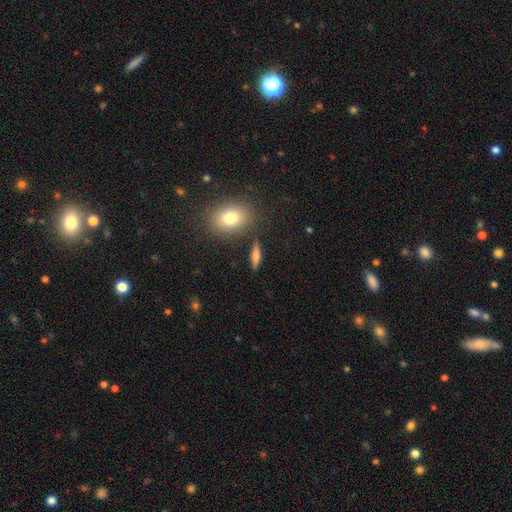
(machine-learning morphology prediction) This appears to be a smooth galaxy with no disk features (58%) that is cigar-shaped (55%). Merging: none (83%).